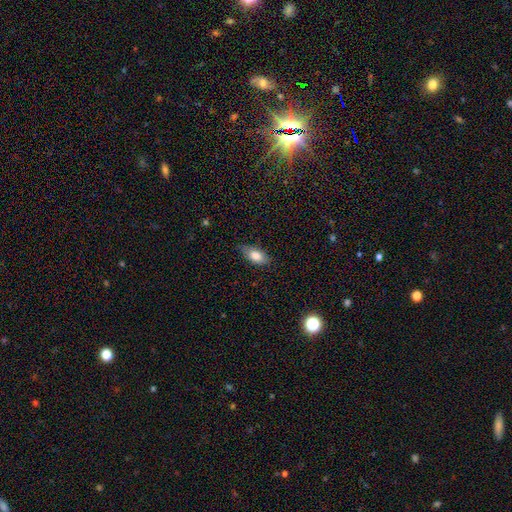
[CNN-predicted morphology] smooth 80%, featured or disk 13%, star or artifact 7%. Down the decision tree: how rounded — in between (88%); merging — none (72%).